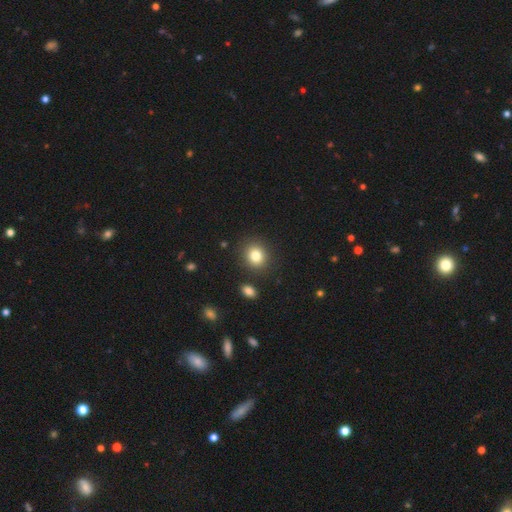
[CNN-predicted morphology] This is clearly a smooth galaxy (82%). How rounded: likely round (73%). Merging: clearly none (86%).